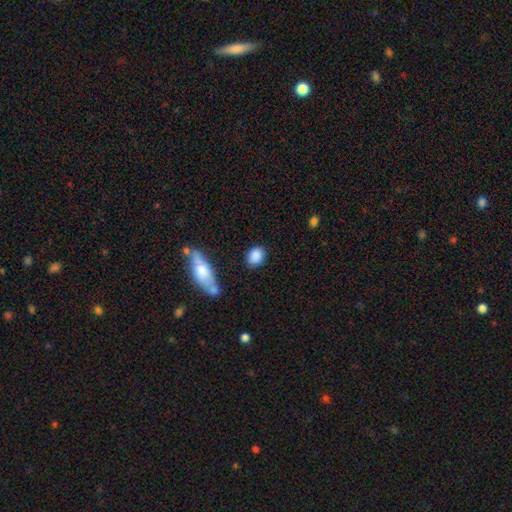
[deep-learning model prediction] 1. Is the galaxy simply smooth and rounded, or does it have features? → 87% smooth, 7% star or artifact, 6% featured or disk.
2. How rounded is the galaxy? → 51% in between, 46% round, 3% cigar-shaped.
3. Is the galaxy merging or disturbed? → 80% none, 12% minor disturbance, 4% merger, 3% major disturbance.